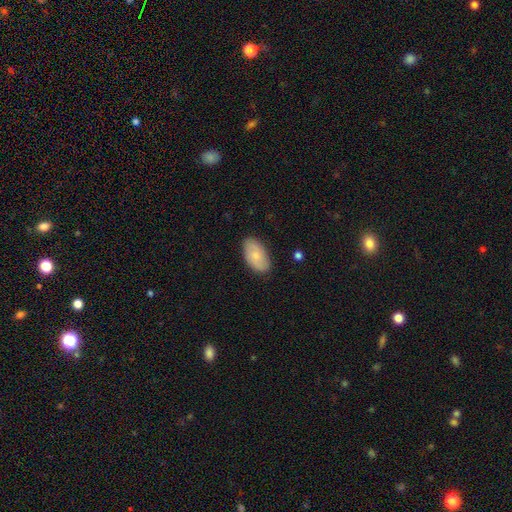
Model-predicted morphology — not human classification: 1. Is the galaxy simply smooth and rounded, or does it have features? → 69% smooth, 25% featured or disk, 6% star or artifact.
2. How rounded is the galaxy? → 94% in between, 4% round, 2% cigar-shaped.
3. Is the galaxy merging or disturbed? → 85% none, 12% minor disturbance, 2% major disturbance, 1% merger.